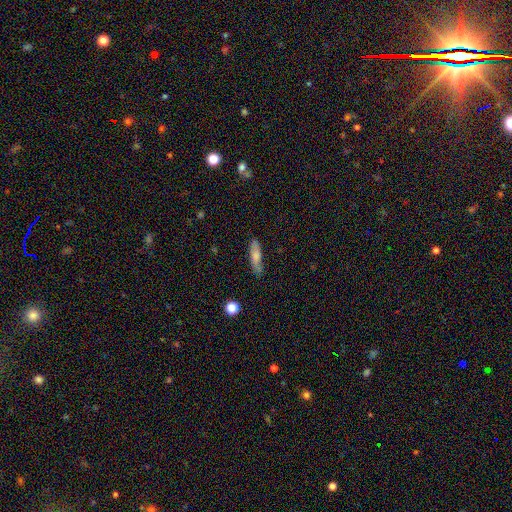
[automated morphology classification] The model was most divided on "how rounded": cigar-shaped: 64%, in between: 33%, round: 2%. More confident: merging — none (77%); smooth or featured — smooth (72%).